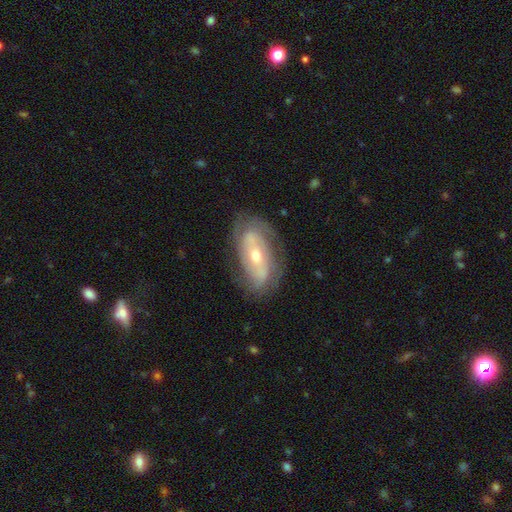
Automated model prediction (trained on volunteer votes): The model was most divided on "bulge size": moderate: 51%, small: 45%, large: 2%, dominant: 1%, none: 1%. Remaining: edge-on disk — no (90%); spiral arms — yes (78%); smooth or featured — featured or disk (75%); merging — none (74%); spiral arm count — 2 (54%); spiral winding — tight (52%); bar — no (47%).